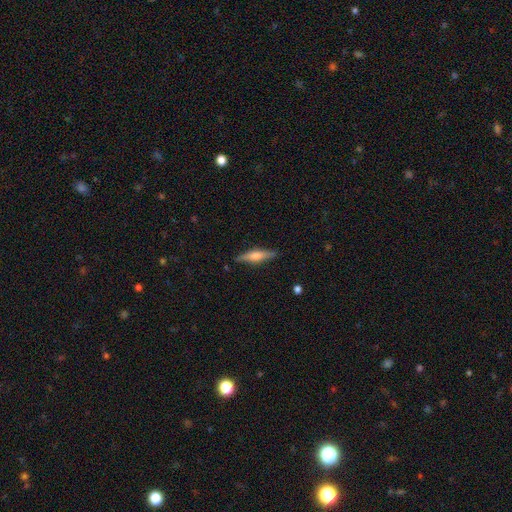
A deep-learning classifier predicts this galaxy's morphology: A featured or disk galaxy (49%).

Vote fractions:
- Smooth or featured? featured or disk: 49% / smooth: 45% / star or artifact: 6%
- Merging? none: 87% / minor disturbance: 9% / major disturbance: 2% / merger: 1%